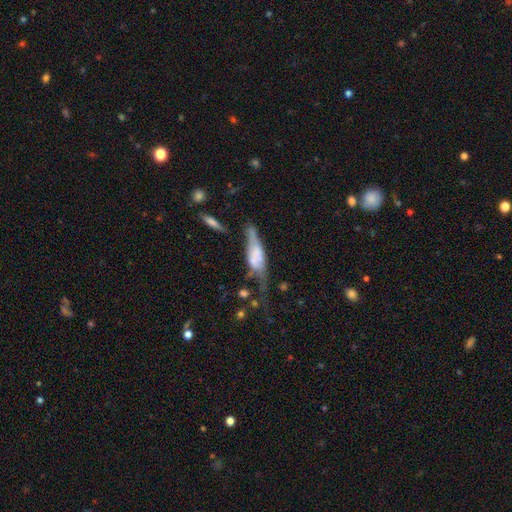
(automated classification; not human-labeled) This appears to be a featured or disk galaxy (48%). Merging: major disturbance (36%).